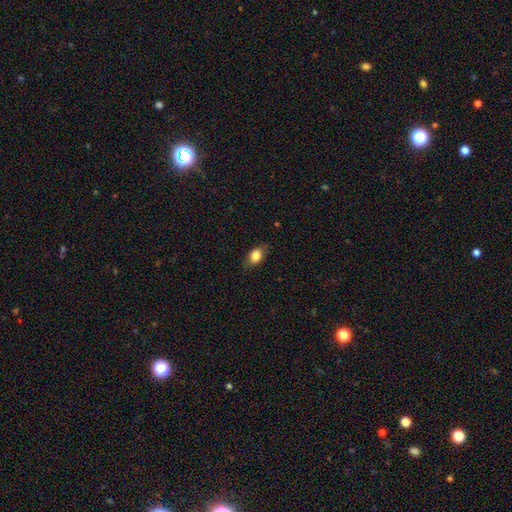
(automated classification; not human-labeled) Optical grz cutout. It shows a smooth galaxy with no disk features (81%) that is in between round and cigar-shaped (78%). Merging: none (77%).